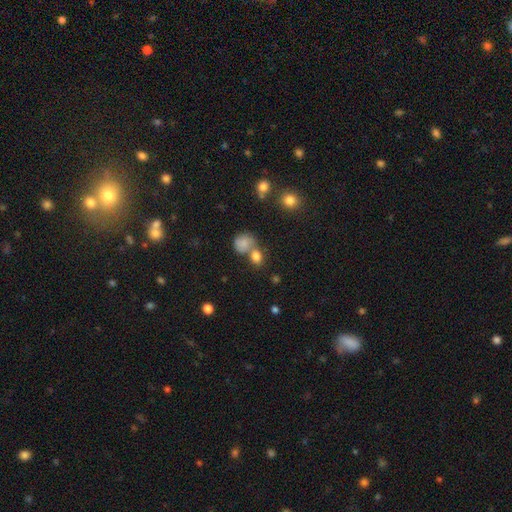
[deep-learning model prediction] smooth-or-featured: smooth: 79% | star or artifact: 12% | featured or disk: 9%
  how-rounded: round: 60% | in between: 39% | cigar-shaped: 1%
  merging: none: 43% | merger: 42% | minor disturbance: 10% | major disturbance: 5%